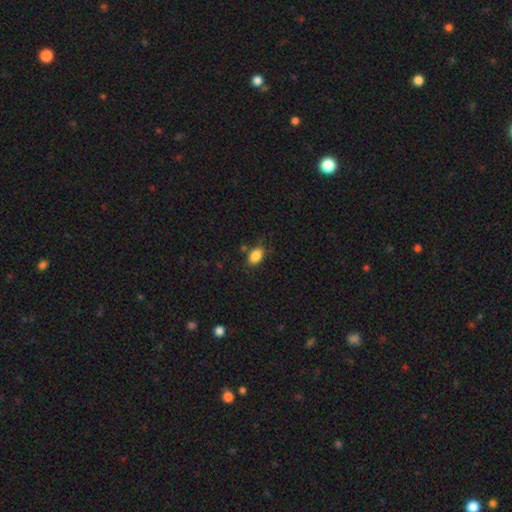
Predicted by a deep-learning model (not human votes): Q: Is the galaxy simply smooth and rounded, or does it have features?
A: smooth — 86%.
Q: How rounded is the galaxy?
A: in between — 87%.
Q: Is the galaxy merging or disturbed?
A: none — 79%.